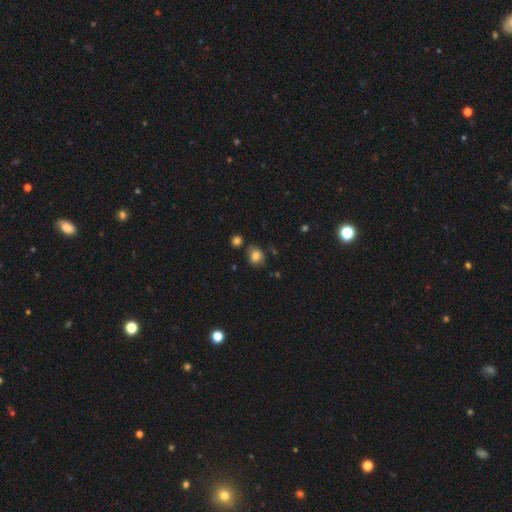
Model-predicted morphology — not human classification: Overall: smooth (79%). How rounded: round (59%; in between 40%). Merging: none (71%).